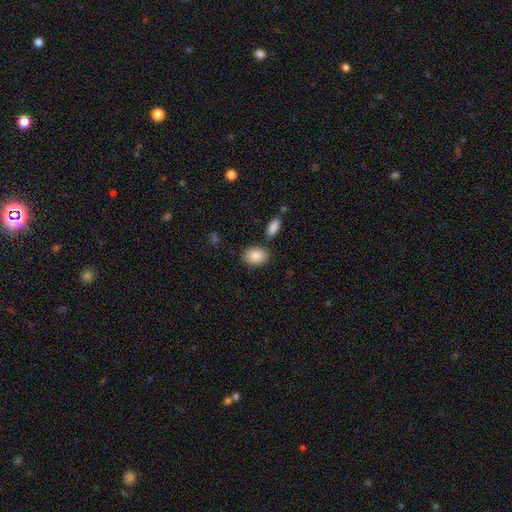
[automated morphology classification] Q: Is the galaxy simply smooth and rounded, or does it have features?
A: smooth — 88%.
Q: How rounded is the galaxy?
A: in between — 80%.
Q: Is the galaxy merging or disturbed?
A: none — 79%.